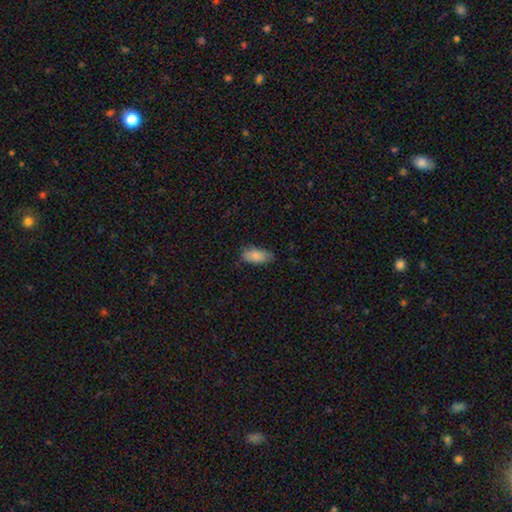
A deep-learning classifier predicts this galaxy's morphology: smooth 85%, featured or disk 8%, star or artifact 7%. Down the decision tree: how rounded — in between (90%); merging — none (73%).